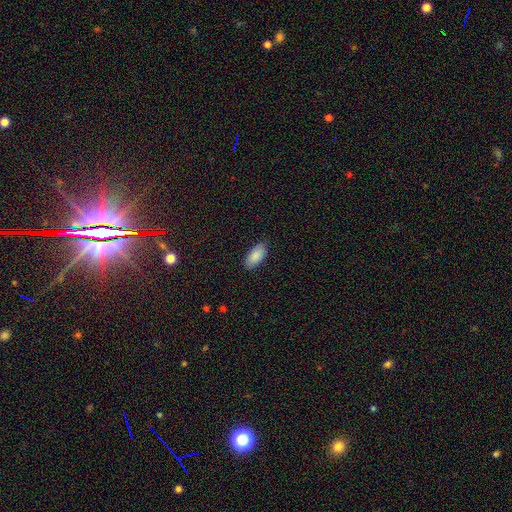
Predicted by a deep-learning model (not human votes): smooth 88%, star or artifact 6%, featured or disk 6%. Down the decision tree: how rounded — in between (90%); merging — none (87%).